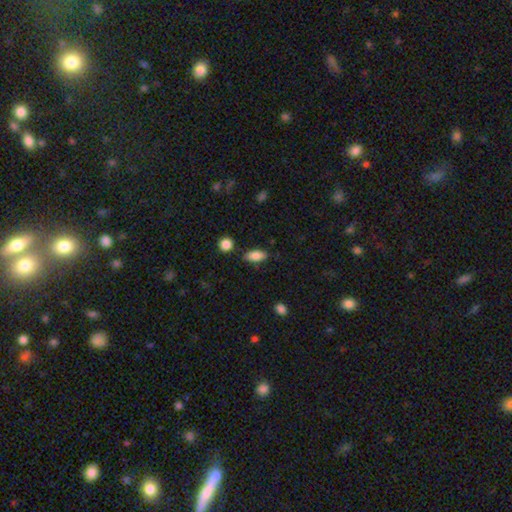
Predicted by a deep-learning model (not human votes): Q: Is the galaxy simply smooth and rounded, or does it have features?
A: smooth — 86%.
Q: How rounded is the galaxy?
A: in between — 86%.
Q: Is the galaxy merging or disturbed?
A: none — 81%.